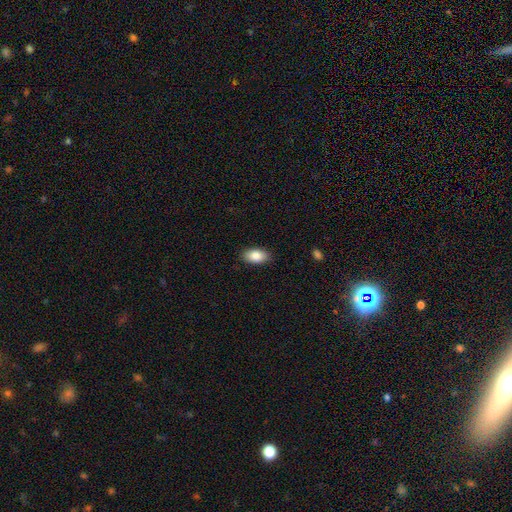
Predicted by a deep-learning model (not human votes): smooth_or_featured: smooth (p=0.86) [alt: star or artifact p=0.07]
how_rounded: in between (p=0.93) [alt: round p=0.05]
merging: none (p=0.87) [alt: minor disturbance p=0.10]